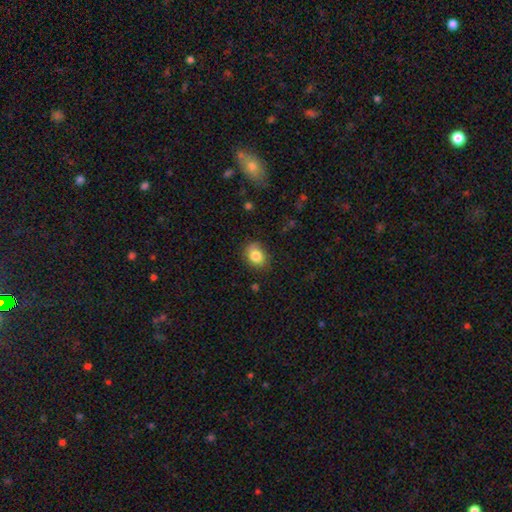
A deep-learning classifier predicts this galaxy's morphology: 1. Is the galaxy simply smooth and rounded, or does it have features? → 83% smooth, 9% star or artifact, 8% featured or disk.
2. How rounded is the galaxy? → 57% in between, 42% round, 1% cigar-shaped.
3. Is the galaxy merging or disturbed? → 77% none, 18% minor disturbance, 4% major disturbance, 1% merger.